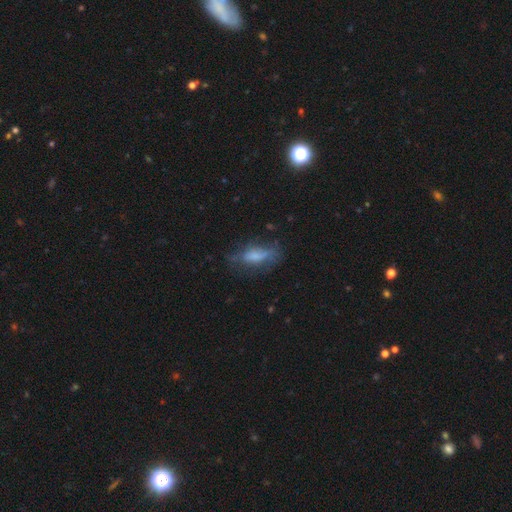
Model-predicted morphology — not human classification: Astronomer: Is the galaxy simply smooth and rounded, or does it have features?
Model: smooth — 55% (runner-up: featured or disk, 34%).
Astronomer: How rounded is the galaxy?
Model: in between — 64%.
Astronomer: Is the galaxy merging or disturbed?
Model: none — 53%.